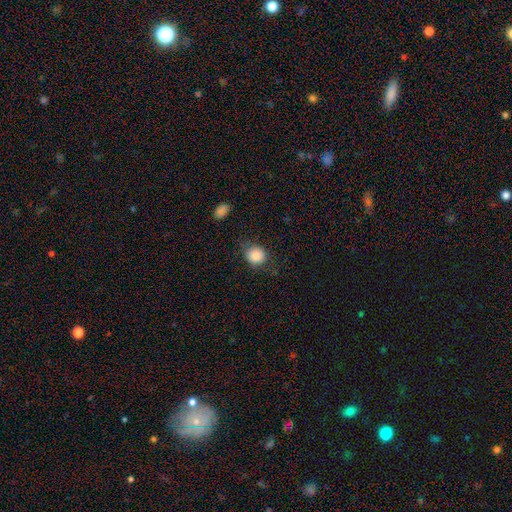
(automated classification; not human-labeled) Smooth or featured? smooth (83%)
How rounded? round (85%)
Merging? none (74%)